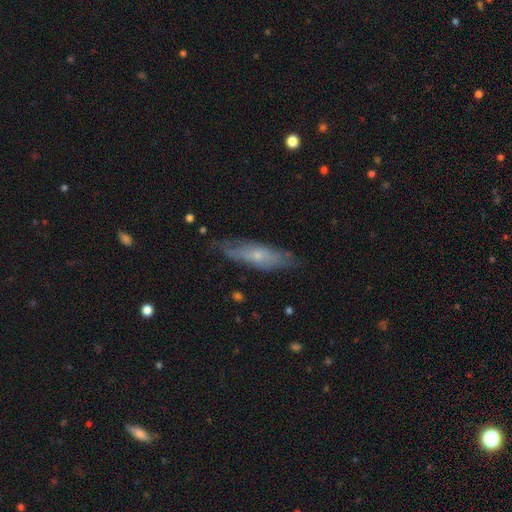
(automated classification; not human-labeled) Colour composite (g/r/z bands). It shows a featured or disk galaxy (51%). Merging: none (75%).